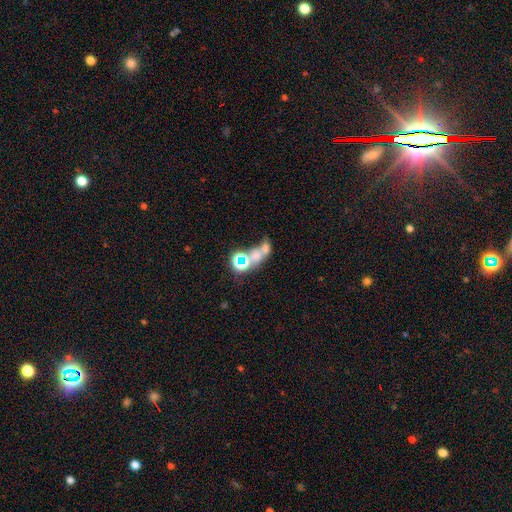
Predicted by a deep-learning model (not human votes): This appears to be a smooth galaxy with no disk features (44%). Merging: merger (56%).